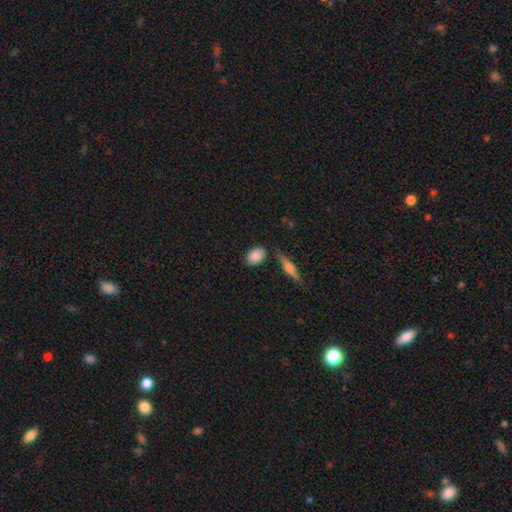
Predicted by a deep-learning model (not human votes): Smooth or featured? Predicted: smooth (p=0.86). How rounded? Predicted: in between (p=0.79). Merging? Predicted: none (p=0.75).